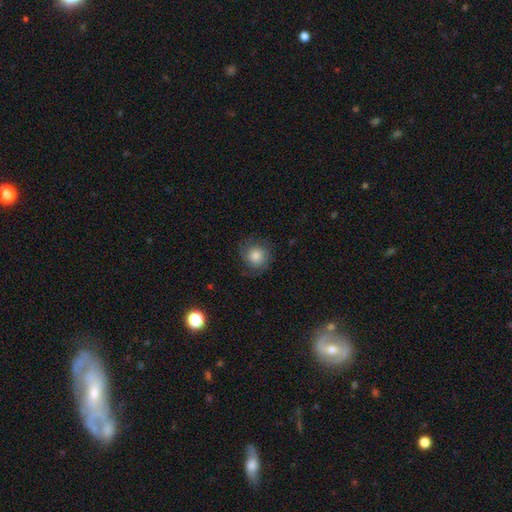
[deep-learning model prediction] smooth 71%, featured or disk 20%, star or artifact 9%. Down the decision tree: how rounded — round (90%); merging — none (76%).